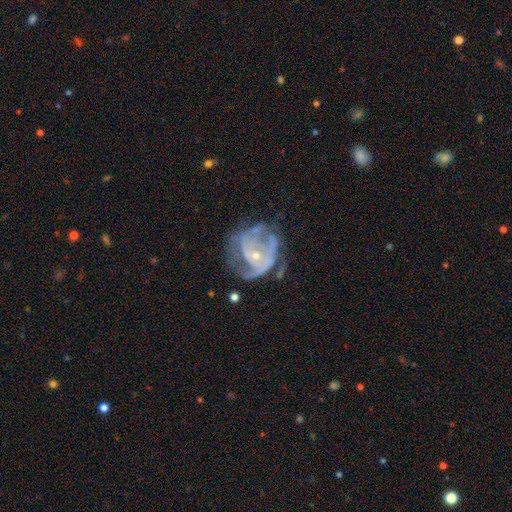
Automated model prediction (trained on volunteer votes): Morphology: type=featured or disk (84%); edge-on=no (98%); bar=no (69%); spiral arms=yes (86%); winding=tight (47%); arm count=2 (30%, tied with can't tell); bulge=small (71%); merging=none (45%).